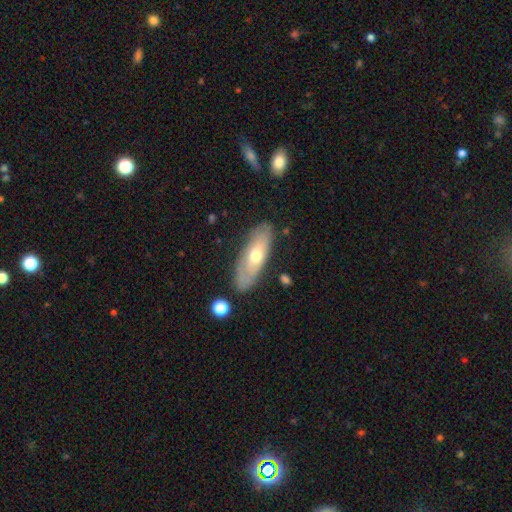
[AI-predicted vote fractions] Morphology: type=smooth (52%); roundness=in between (63%); merging=none (80%).